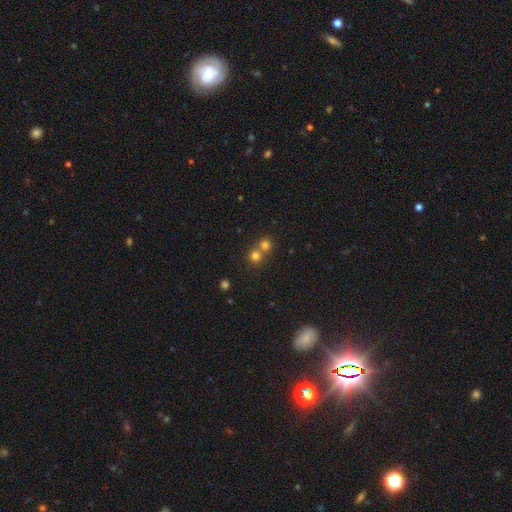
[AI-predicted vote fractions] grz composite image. It shows a smooth galaxy with no disk features (75%) that is round (90%). Merging: merger (47%).